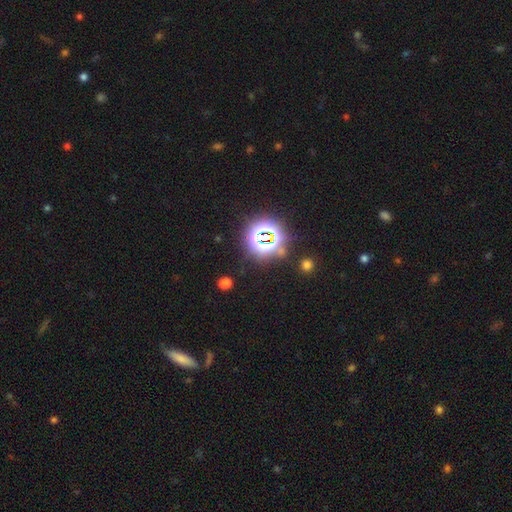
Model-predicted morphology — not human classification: Smooth or featured?
  - star or artifact: 80% *
  - smooth: 12%
  - featured or disk: 8%